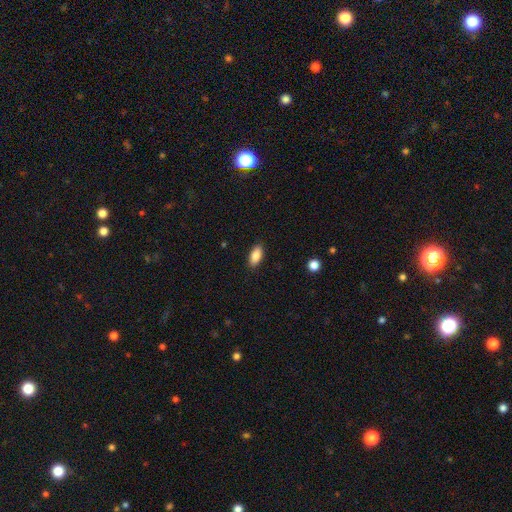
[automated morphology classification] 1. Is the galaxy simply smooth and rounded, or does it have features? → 86% smooth, 7% star or artifact, 7% featured or disk.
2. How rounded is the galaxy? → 89% in between, 8% cigar-shaped, 3% round.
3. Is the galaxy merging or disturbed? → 88% none, 9% minor disturbance, 2% major disturbance, 1% merger.